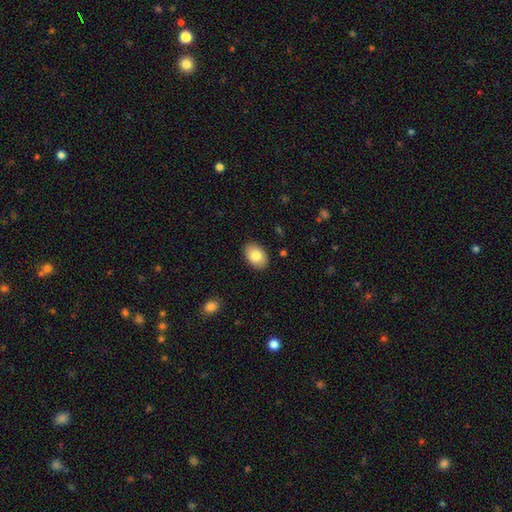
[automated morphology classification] Q: Smooth or featured?
A: smooth (83%); runner-up: featured or disk (11%)
Q: How rounded?
A: in between (86%); runner-up: round (13%)
Q: Merging?
A: none (88%); runner-up: minor disturbance (9%)